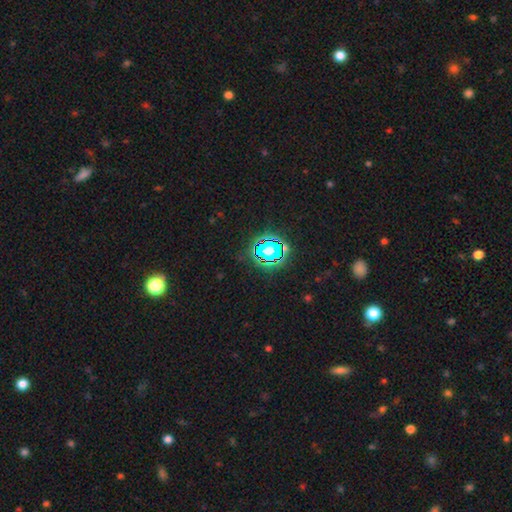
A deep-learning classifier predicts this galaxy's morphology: star or artifact 79%, smooth 13%, featured or disk 8%.